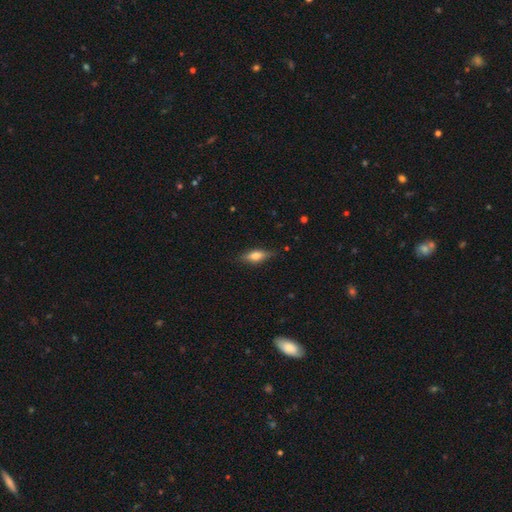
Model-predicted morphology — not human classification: Smooth or featured?
  - smooth: 56% *
  - featured or disk: 37%
  - star or artifact: 8%
How rounded?
  - in between: 58% *
  - cigar-shaped: 38%
  - round: 4%
Merging?
  - none: 81% *
  - minor disturbance: 15%
  - major disturbance: 3%
  - merger: 1%